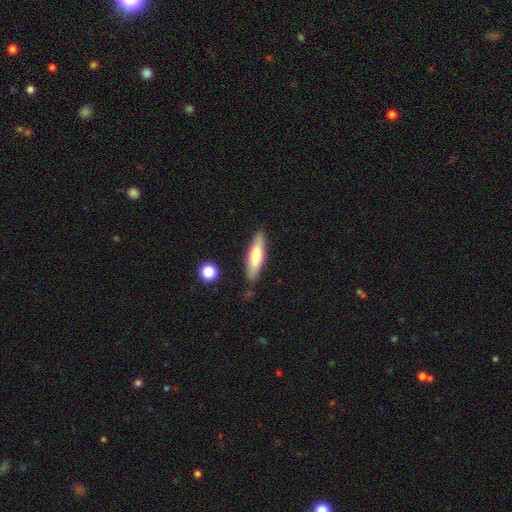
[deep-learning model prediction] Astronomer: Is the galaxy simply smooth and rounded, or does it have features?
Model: smooth — 64%.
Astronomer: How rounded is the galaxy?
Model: cigar-shaped — 69%.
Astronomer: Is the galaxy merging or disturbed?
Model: none — 84%.